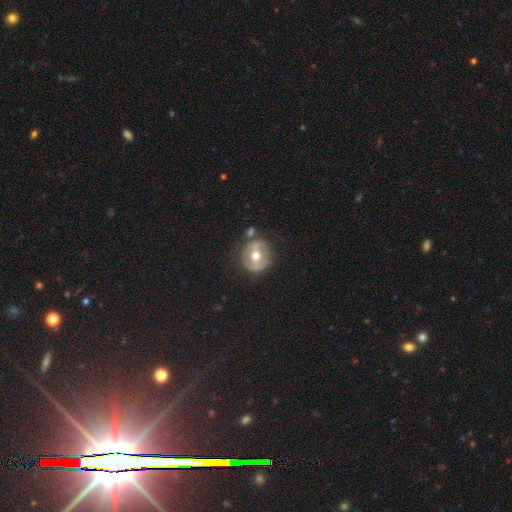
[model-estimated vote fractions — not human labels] This appears to be a featured or disk galaxy (54%) with no bar (44%), no spiral arms (76%) and a moderate central bulge (81%). Merging: none (74%).